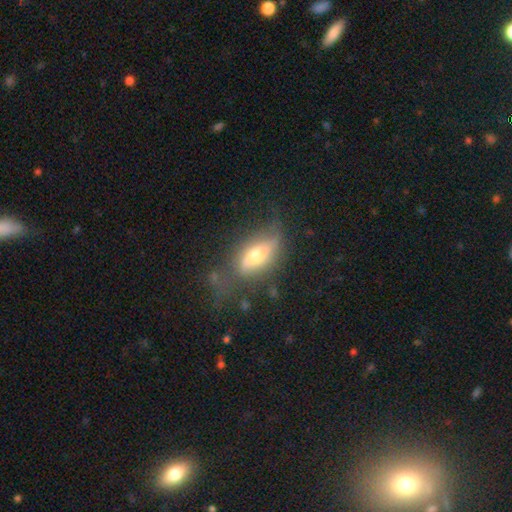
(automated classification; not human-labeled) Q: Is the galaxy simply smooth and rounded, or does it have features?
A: featured or disk — 49%.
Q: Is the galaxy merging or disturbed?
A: none — 50%.